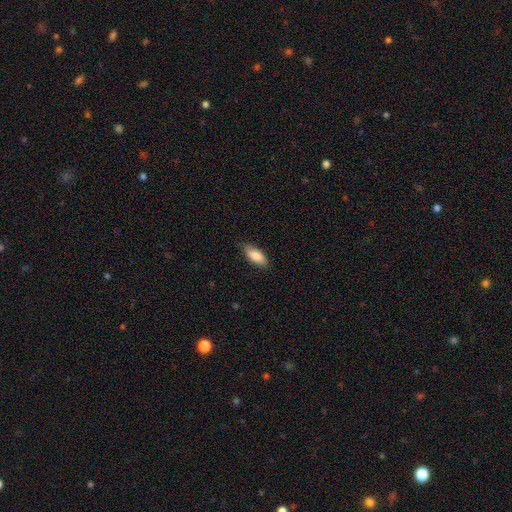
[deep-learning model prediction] Smooth or featured: smooth — 85% (featured or disk — 10%)
How rounded: in between — 83% (cigar-shaped — 15%)
Merging: none — 83% (minor disturbance — 14%)